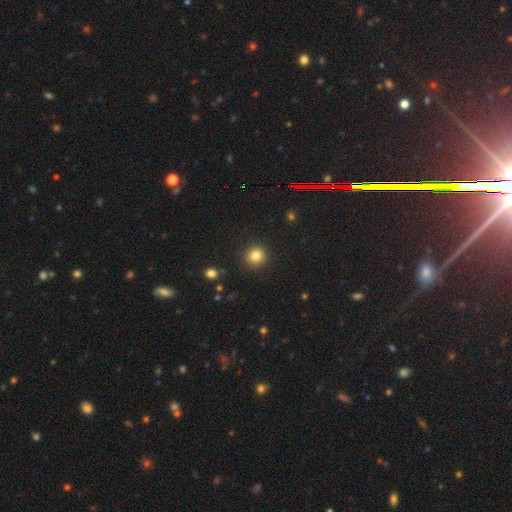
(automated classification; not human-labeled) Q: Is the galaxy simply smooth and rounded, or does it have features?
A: smooth — 82%.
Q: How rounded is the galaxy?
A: round — 91%.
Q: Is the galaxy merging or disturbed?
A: none — 91%.